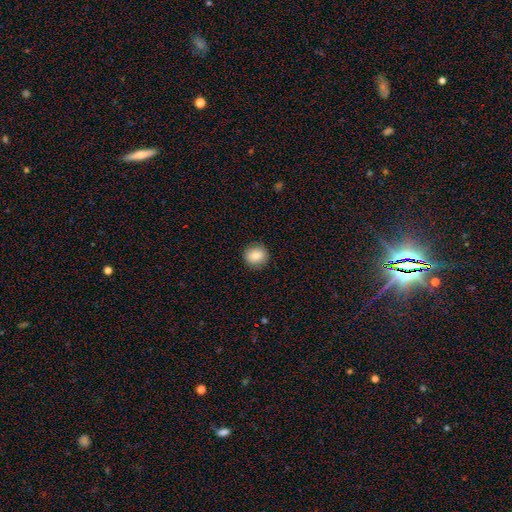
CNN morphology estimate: Smooth or featured? Predicted: smooth (p=0.83). How rounded? Predicted: round (p=0.89). Merging? Predicted: none (p=0.90).